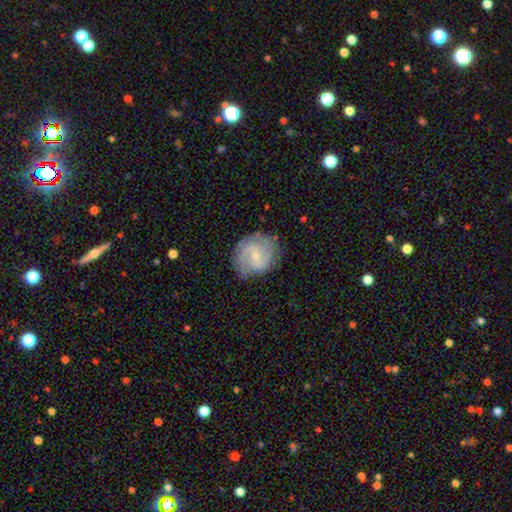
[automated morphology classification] smooth_or_featured: featured or disk (p=0.82) [alt: smooth p=0.13]
disk_edge_on: no (p=0.98) [alt: yes p=0.02]
bar: no (p=0.47) [alt: weak p=0.45]
has_spiral_arms: yes (p=0.96) [alt: no p=0.04]
spiral_winding: medium (p=0.48) [alt: tight p=0.39]
spiral_arm_count: 2 (p=0.76) [alt: can't tell p=0.09]
bulge_size: small (p=0.64) [alt: moderate p=0.32]
merging: none (p=0.77) [alt: minor disturbance p=0.17]